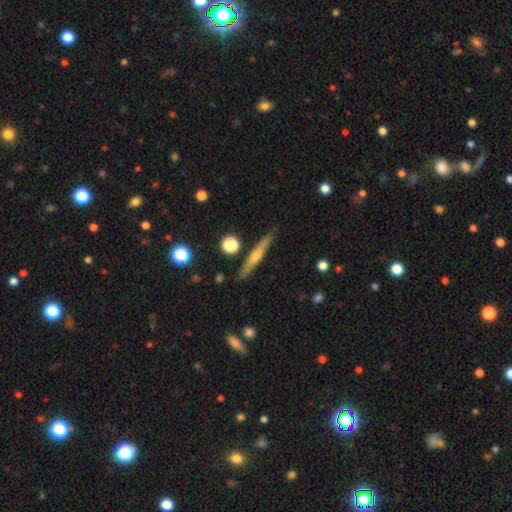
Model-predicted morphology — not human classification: This appears to be a featured or disk galaxy (61%) viewed edge-on (96%) with a rounded central bulge (81%). Merging: none (88%).